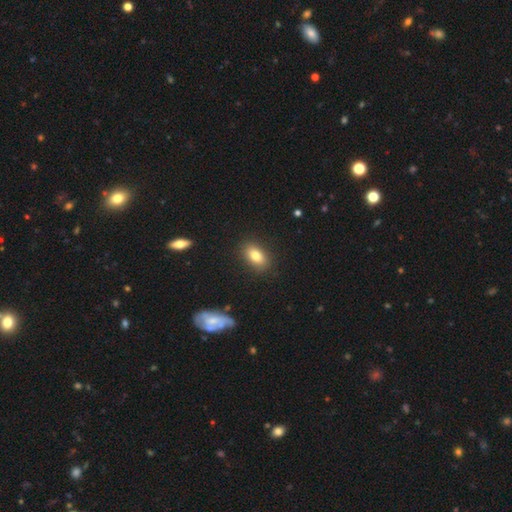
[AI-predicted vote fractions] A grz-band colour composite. It shows a smooth galaxy with no disk features (81%) that is in between round and cigar-shaped (86%). Merging: none (87%).